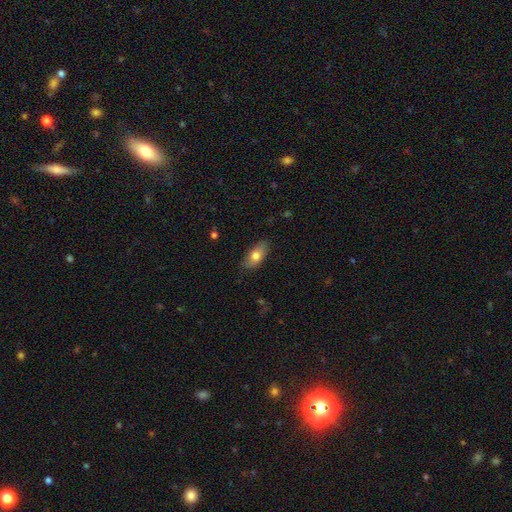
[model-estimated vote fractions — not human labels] Smooth or featured?
  - smooth: 74% *
  - featured or disk: 19%
  - star or artifact: 7%
How rounded?
  - in between: 86% *
  - cigar-shaped: 10%
  - round: 4%
Merging?
  - none: 84% *
  - minor disturbance: 13%
  - major disturbance: 2%
  - merger: 1%